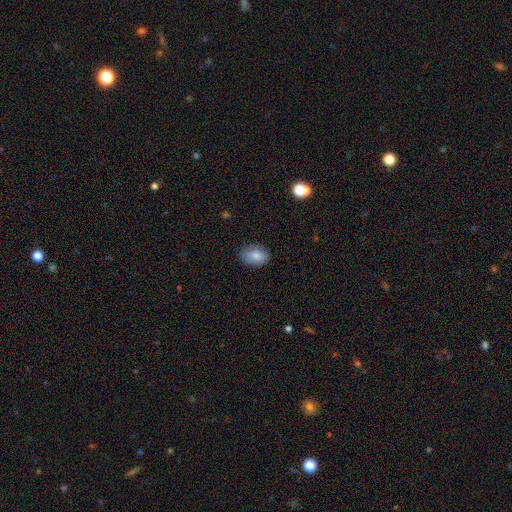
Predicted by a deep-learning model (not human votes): Smooth or featured?
  - smooth: 85% *
  - featured or disk: 8%
  - star or artifact: 8%
How rounded?
  - in between: 82% *
  - round: 17%
  - cigar-shaped: 1%
Merging?
  - none: 83% *
  - minor disturbance: 13%
  - major disturbance: 3%
  - merger: 1%